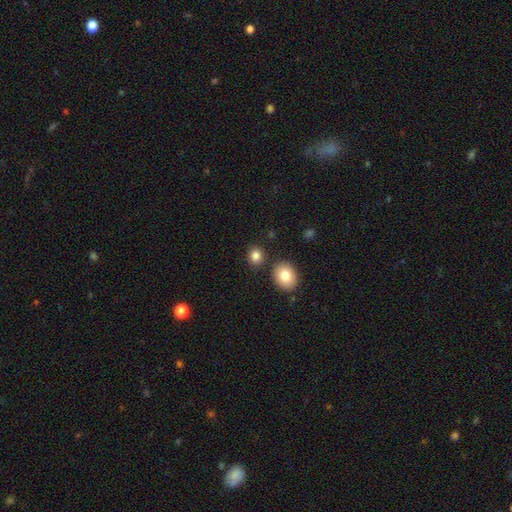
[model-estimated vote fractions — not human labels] This appears to be a smooth galaxy with no disk features (84%) that is round (69%). Merging: none (81%).